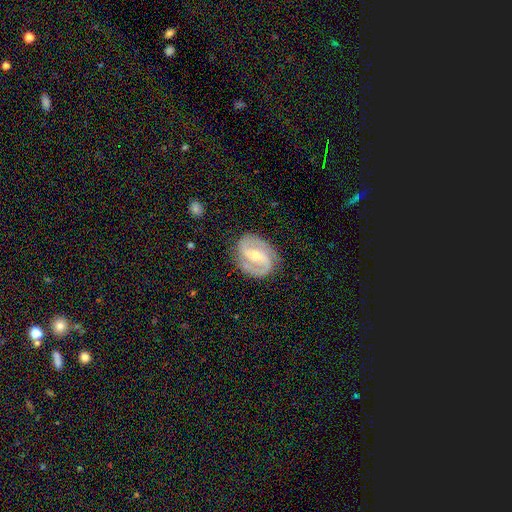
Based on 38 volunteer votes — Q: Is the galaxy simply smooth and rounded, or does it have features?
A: featured or disk — 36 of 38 (95%).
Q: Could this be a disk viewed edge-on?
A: no — 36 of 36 (100%).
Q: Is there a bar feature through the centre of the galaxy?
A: strong — 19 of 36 (53%).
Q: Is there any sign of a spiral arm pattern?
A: yes — 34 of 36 (94%).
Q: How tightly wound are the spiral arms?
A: tight — 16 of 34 (47%, tied with medium).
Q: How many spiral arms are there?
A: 2 — 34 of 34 (100%).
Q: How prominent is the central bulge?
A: moderate — 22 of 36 (61%).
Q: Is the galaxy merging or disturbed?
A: none — 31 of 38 (82%).